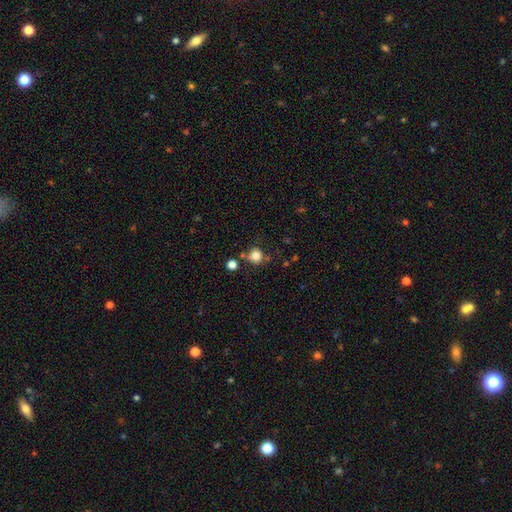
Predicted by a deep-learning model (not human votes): Smooth or featured: smooth — 81% (star or artifact — 13%)
How rounded: round — 87% (in between — 12%)
Merging: none — 71% (minor disturbance — 13%)